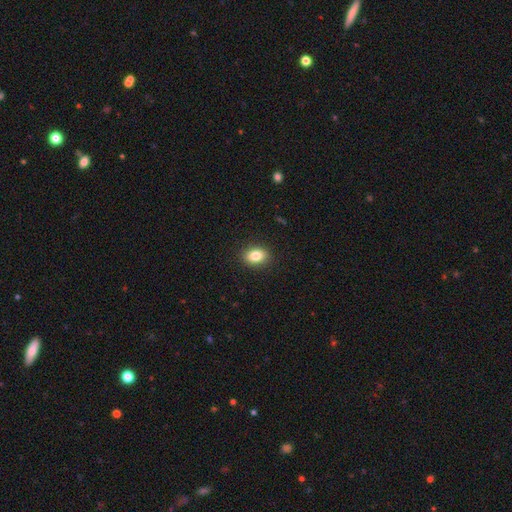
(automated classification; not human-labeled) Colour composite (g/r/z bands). It shows a smooth galaxy with no disk features (84%) that is in between round and cigar-shaped (71%). Merging: none (90%).